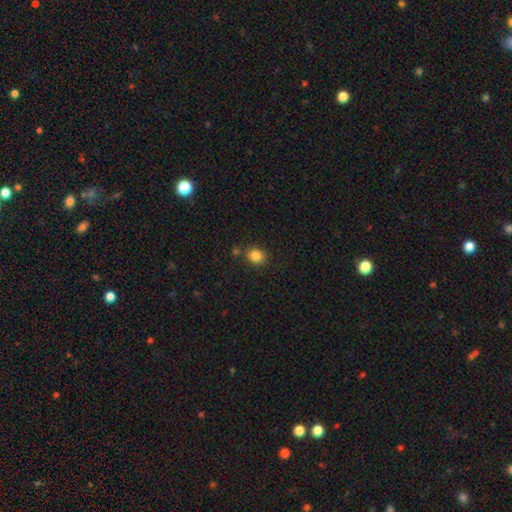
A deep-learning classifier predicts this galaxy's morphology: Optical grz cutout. It shows a smooth galaxy with no disk features (84%) that is round (66%). Merging: none (80%).